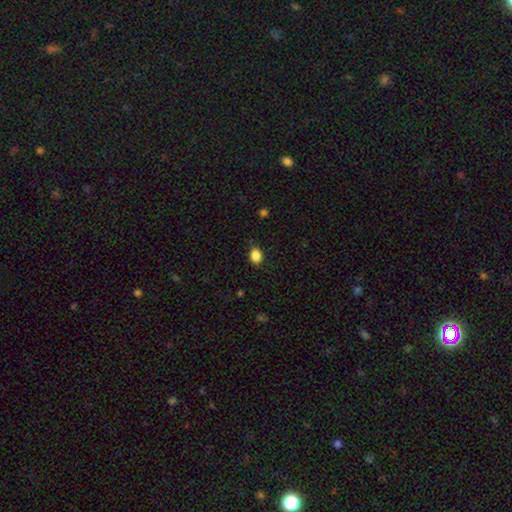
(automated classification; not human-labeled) Smooth or featured: smooth — 87% (star or artifact — 9%)
How rounded: in between — 74% (round — 25%)
Merging: none — 85% (minor disturbance — 11%)